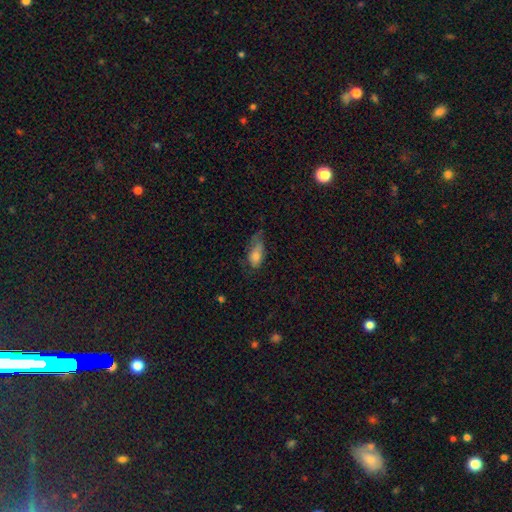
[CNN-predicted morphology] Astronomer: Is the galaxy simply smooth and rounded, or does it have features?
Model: smooth — 71%.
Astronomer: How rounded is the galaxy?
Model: in between — 80%.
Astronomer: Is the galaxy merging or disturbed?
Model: none — 39% (runner-up: minor disturbance, 35%).